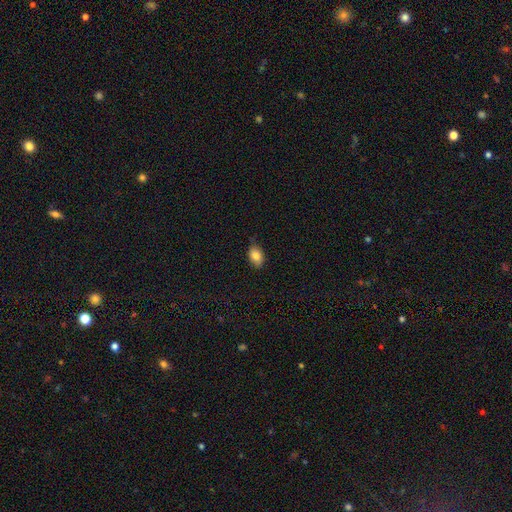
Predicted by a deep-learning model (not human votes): The model was most divided on "merging": none: 77%, minor disturbance: 19%, major disturbance: 3%, merger: 1%. More confident: how rounded — in between (88%); smooth or featured — smooth (84%).